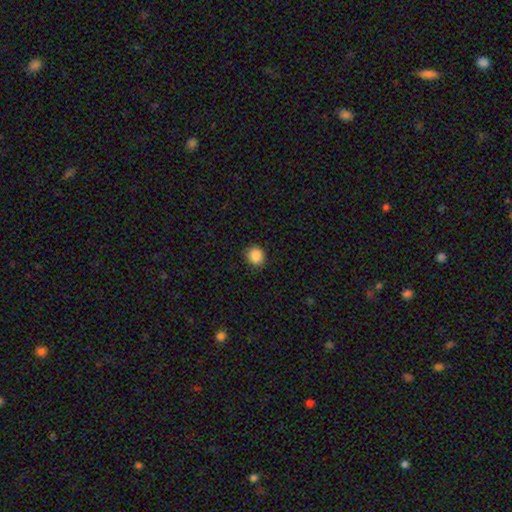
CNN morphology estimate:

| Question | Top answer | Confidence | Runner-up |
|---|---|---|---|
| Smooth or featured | smooth | 88% | star or artifact (9%) |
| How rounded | round | 86% | in between (13%) |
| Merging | none | 89% | minor disturbance (8%) |